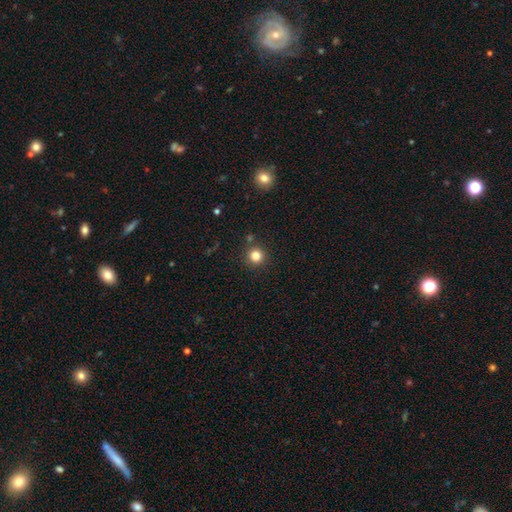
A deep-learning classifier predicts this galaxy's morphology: The model was most divided on "smooth or featured": smooth: 81%, star or artifact: 13%, featured or disk: 5%. More confident: how rounded — round (95%); merging — none (88%).